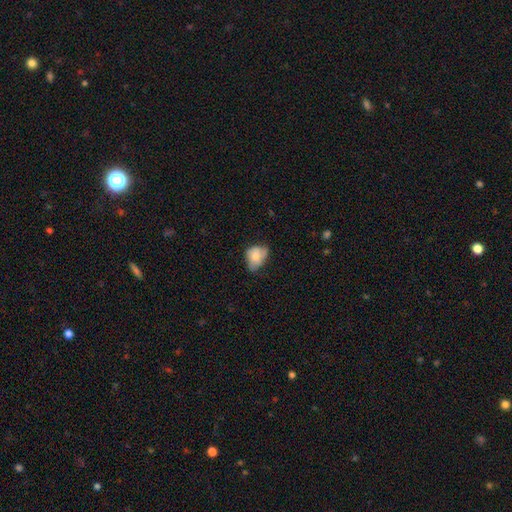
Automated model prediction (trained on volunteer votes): Smooth or featured? Predicted: smooth (p=0.68). How rounded? Predicted: in between (p=0.64). Merging? Predicted: minor disturbance (p=0.42).